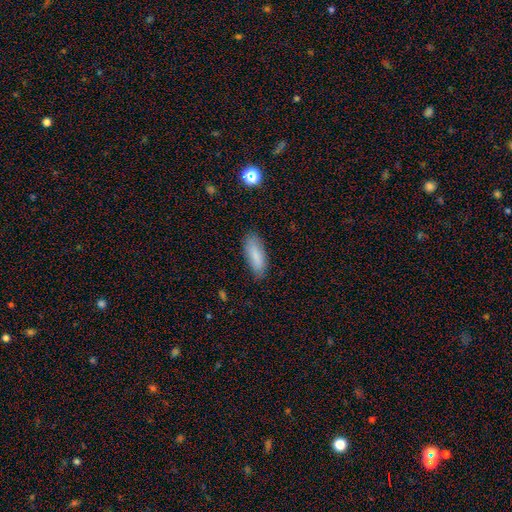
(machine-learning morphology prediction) Q: Smooth or featured?
A: smooth (84%); runner-up: featured or disk (9%)
Q: How rounded?
A: in between (65%); runner-up: cigar-shaped (34%)
Q: Merging?
A: none (81%); runner-up: minor disturbance (15%)